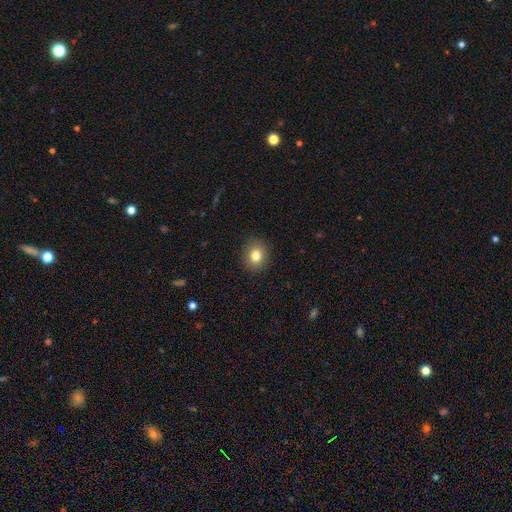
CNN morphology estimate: A smooth galaxy with no disk features (81%) that is round (72%). Merging: none (90%).